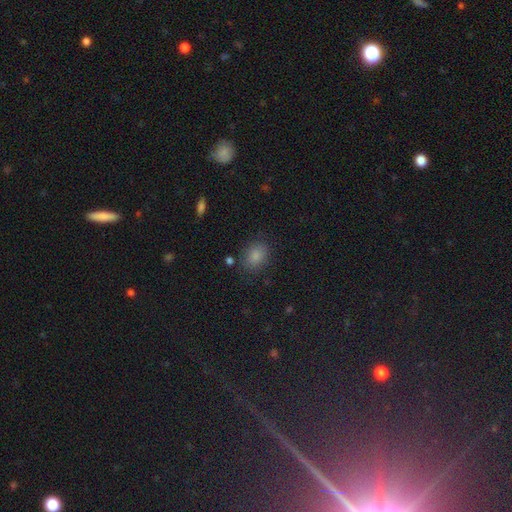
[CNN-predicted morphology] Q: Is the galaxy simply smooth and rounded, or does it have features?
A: smooth — 83%.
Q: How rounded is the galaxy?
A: in between — 66%.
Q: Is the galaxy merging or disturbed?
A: none — 80%.